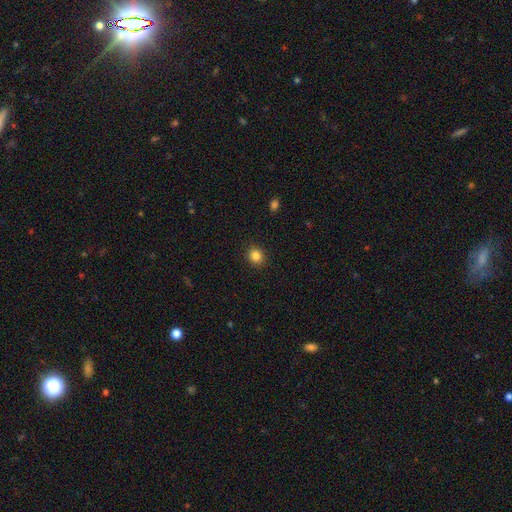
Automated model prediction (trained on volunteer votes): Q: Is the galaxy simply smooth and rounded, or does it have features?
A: smooth — 85%.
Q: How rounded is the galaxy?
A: round — 80%.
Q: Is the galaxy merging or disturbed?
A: none — 91%.